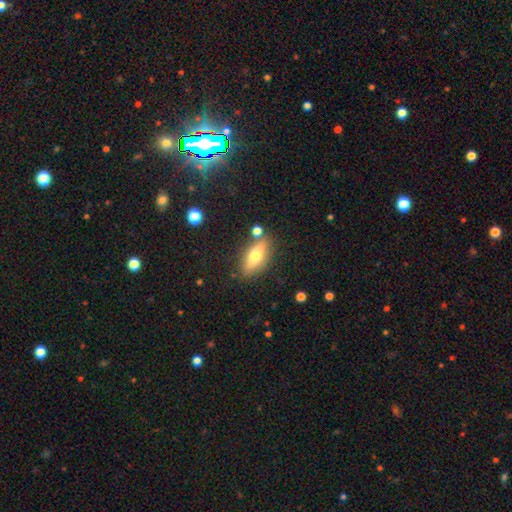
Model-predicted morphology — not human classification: smooth 59%, featured or disk 33%, star or artifact 8%. Down the decision tree: how rounded — in between (65%); merging — none (79%).